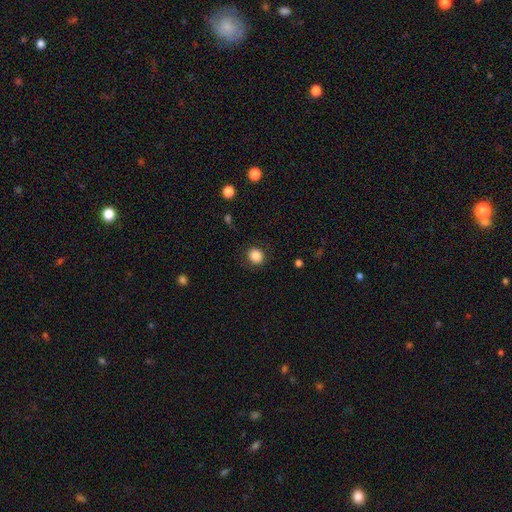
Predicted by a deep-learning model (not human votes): A smooth galaxy with no disk features (85%) that is round (78%). Merging: none (86%).